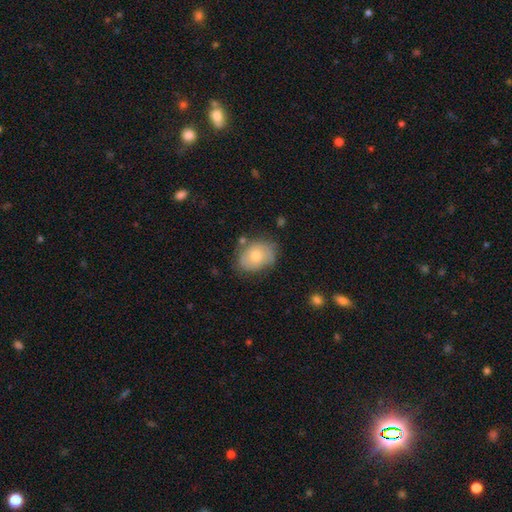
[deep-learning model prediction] This appears to be a smooth galaxy with no disk features (66%) that is in between round and cigar-shaped (59%). Merging: none (67%).